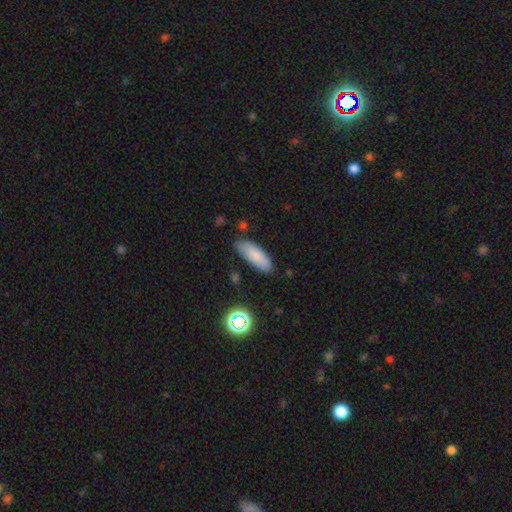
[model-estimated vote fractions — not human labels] Smooth or featured? Predicted: smooth (p=0.80). How rounded? Predicted: in between (p=0.63). Merging? Predicted: none (p=0.80).